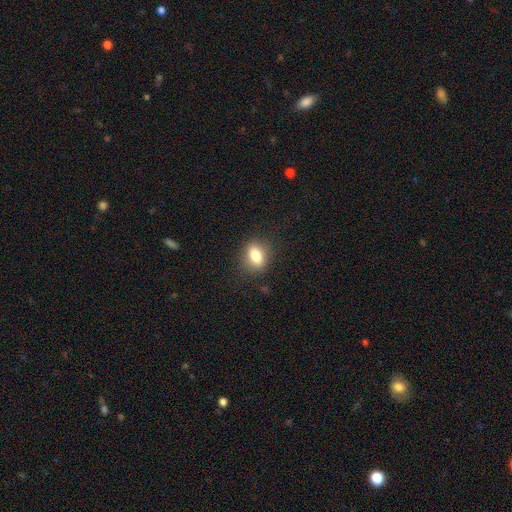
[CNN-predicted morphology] Smooth or featured?
  - smooth: 81% *
  - featured or disk: 10%
  - star or artifact: 9%
How rounded?
  - in between: 72% *
  - round: 24%
  - cigar-shaped: 4%
Merging?
  - none: 84% *
  - minor disturbance: 11%
  - major disturbance: 3%
  - merger: 1%